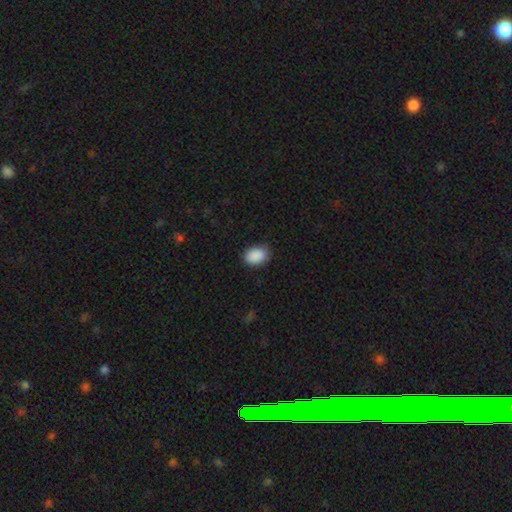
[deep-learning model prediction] Morphology: type=smooth (90%); roundness=in between (77%); merging=none (82%).